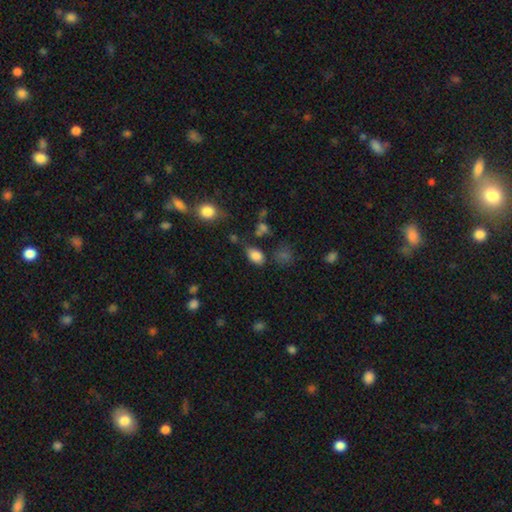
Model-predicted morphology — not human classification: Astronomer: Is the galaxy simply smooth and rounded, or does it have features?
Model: smooth — 84%.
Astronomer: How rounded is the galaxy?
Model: in between — 86%.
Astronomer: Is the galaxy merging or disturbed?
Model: none — 69%.